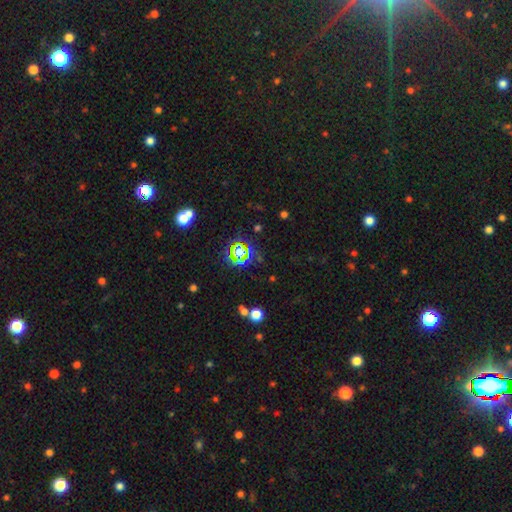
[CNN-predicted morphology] Smooth or featured: star or artifact — 69% (smooth — 20%)